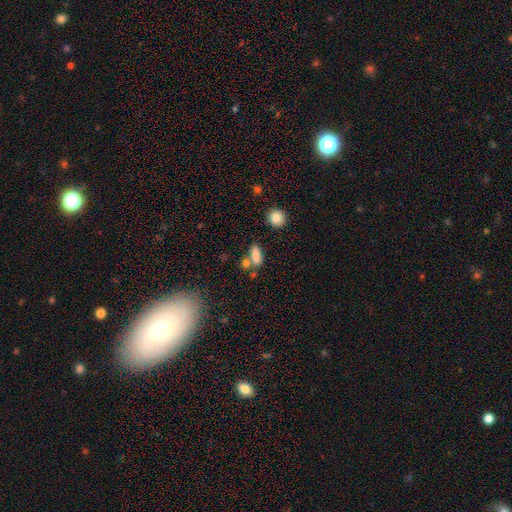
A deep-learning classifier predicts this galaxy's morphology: A smooth galaxy with no disk features (82%) that is in between round and cigar-shaped (74%). Merging: none (57%).